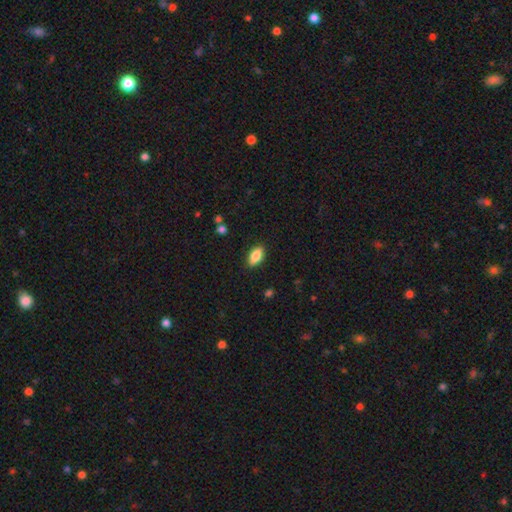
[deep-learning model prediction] Morphology: type=smooth (83%); roundness=in between (88%); merging=none (88%).